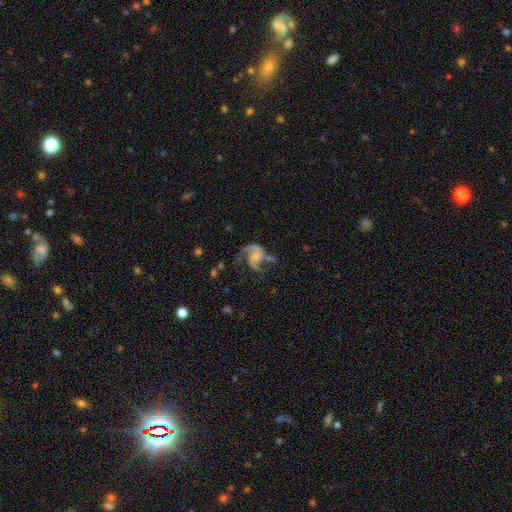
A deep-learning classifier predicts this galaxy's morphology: Overall: featured or disk (85%). Edge-on disk: no (98%). Bar: no (60%; weak 32%). Spiral arms: yes (95%). Spiral arm count: 2 (77%). Spiral winding: medium (47%; loose 40%). Bulge size: small (46%; moderate 33%). Merging: none (45%; major disturbance 28%).